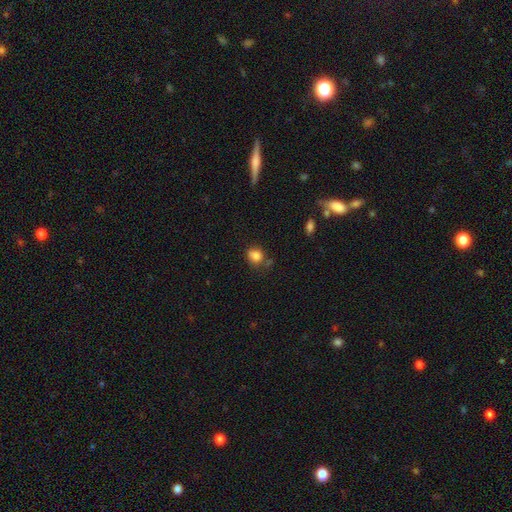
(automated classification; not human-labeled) Morphology: type=smooth (82%); roundness=round (66%); merging=none (61%).